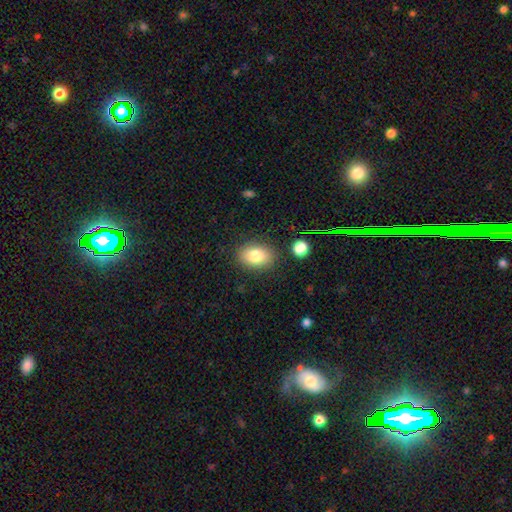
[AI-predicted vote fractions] This appears to be a smooth galaxy with no disk features (81%) that is in between round and cigar-shaped (78%). Merging: none (85%).